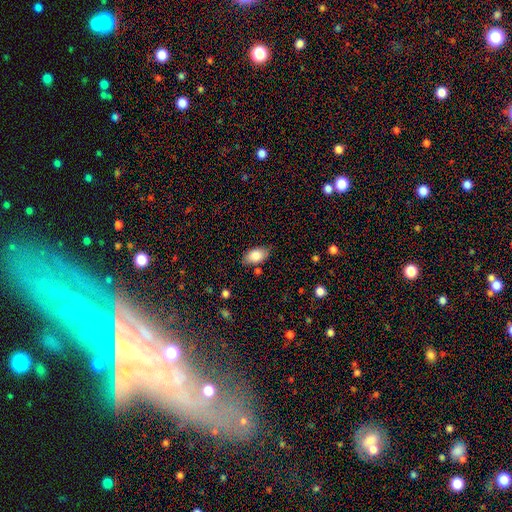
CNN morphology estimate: smooth-or-featured: smooth: 82% | featured or disk: 11% | star or artifact: 7%
  how-rounded: in between: 92% | round: 6% | cigar-shaped: 2%
  merging: none: 79% | minor disturbance: 15% | major disturbance: 3% | merger: 3%